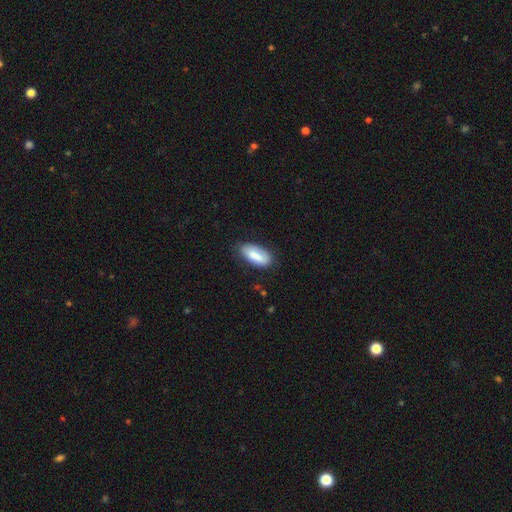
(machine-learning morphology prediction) smooth 80%, featured or disk 14%, star or artifact 6%. Down the decision tree: how rounded — in between (86%); merging — none (72%).